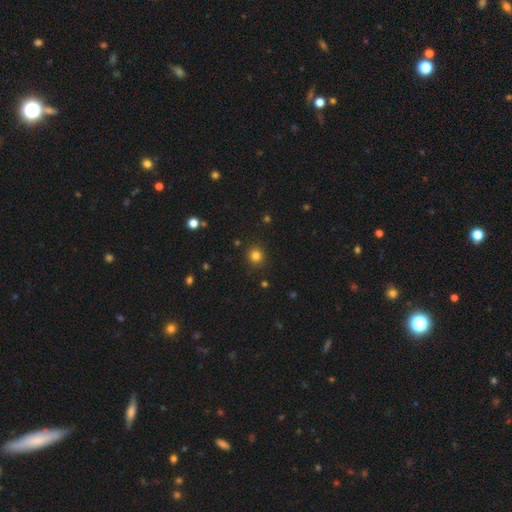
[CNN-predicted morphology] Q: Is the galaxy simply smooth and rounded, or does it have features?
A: smooth — 81%.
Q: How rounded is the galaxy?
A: round — 92%.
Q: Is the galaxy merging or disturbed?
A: none — 91%.